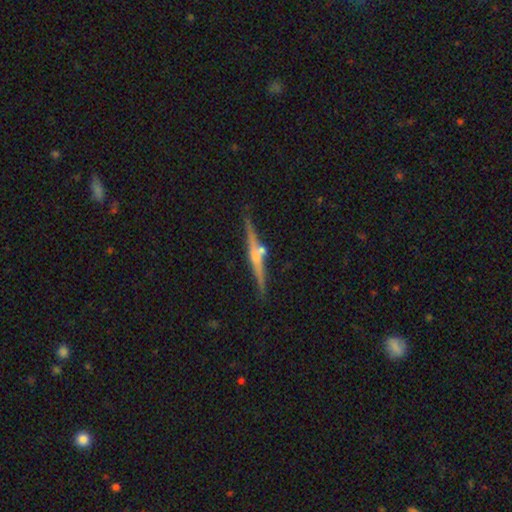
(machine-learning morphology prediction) Smooth or featured? Predicted: featured or disk (p=0.72). Edge-on disk? Predicted: yes (p=0.97). Edge-on bulge? Predicted: rounded (p=0.70). Merging? Predicted: none (p=0.80).